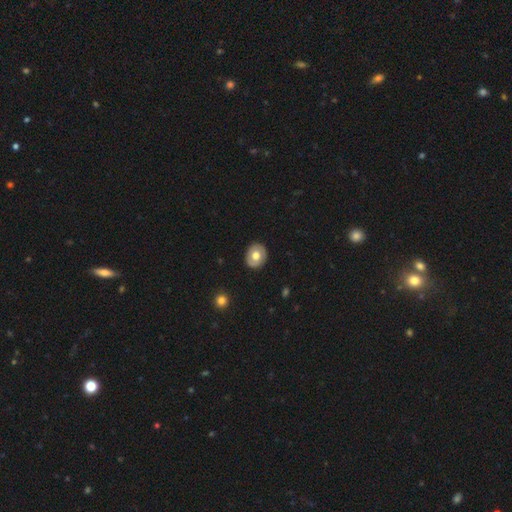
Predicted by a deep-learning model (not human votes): This appears to be a smooth galaxy with no disk features (63%) that is round (67%). Merging: none (88%).